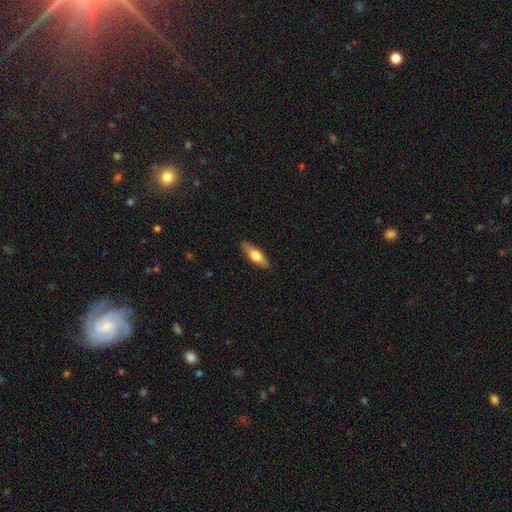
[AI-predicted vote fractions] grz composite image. It shows a smooth galaxy with no disk features (61%) that is in between round and cigar-shaped (54%). Merging: none (86%).